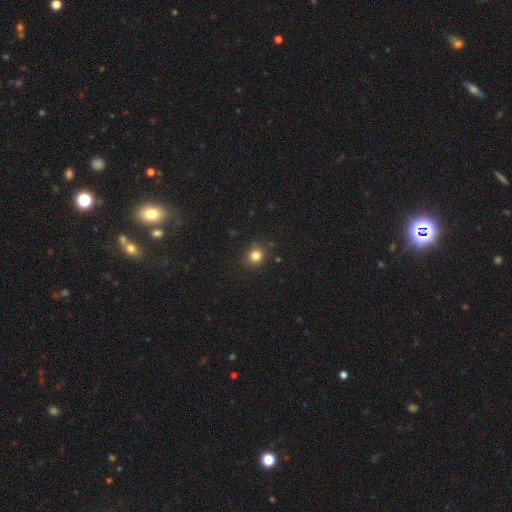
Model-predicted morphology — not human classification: Smooth or featured: smooth — 82% (star or artifact — 13%)
How rounded: round — 84% (in between — 15%)
Merging: none — 87% (minor disturbance — 9%)